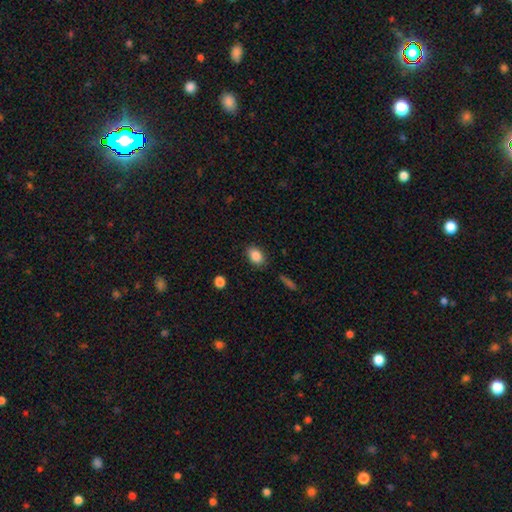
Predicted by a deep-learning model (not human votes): smooth-or-featured: smooth: 87% | star or artifact: 8% | featured or disk: 5%
  how-rounded: in between: 78% | round: 20% | cigar-shaped: 1%
  merging: none: 85% | minor disturbance: 11% | major disturbance: 3% | merger: 2%